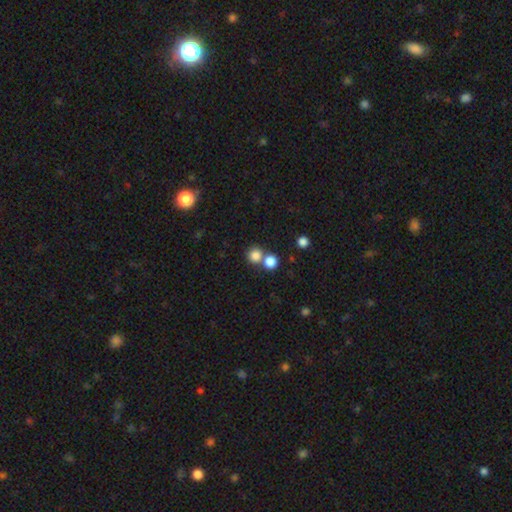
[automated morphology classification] Smooth or featured? Predicted: smooth (p=0.82). How rounded? Predicted: round (p=0.91). Merging? Predicted: none (p=0.59).